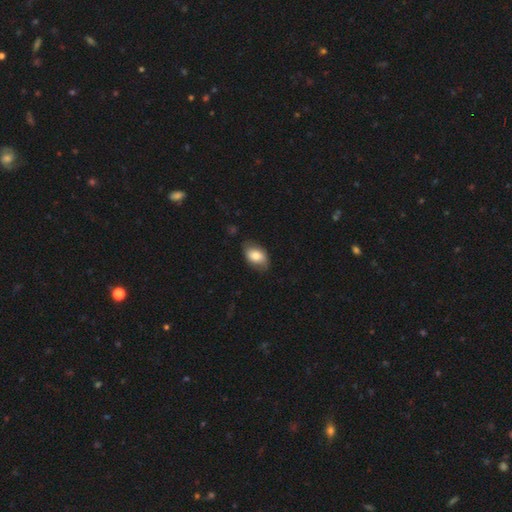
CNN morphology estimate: type=smooth (77%); roundness=in between (90%); merging=none (74%).